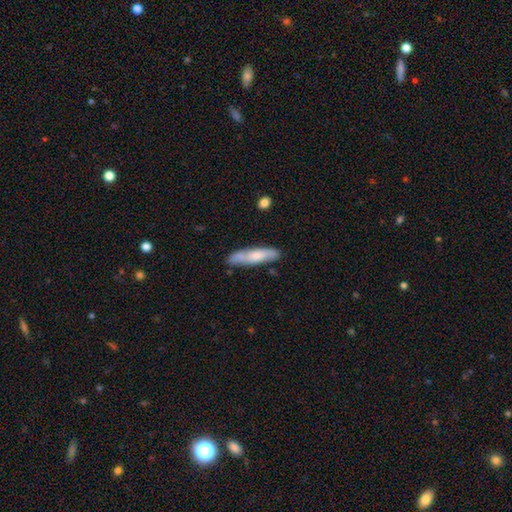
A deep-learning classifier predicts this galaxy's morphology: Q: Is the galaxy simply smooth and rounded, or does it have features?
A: smooth — 61%.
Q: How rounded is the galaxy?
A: cigar-shaped — 79%.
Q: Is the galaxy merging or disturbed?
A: none — 77%.